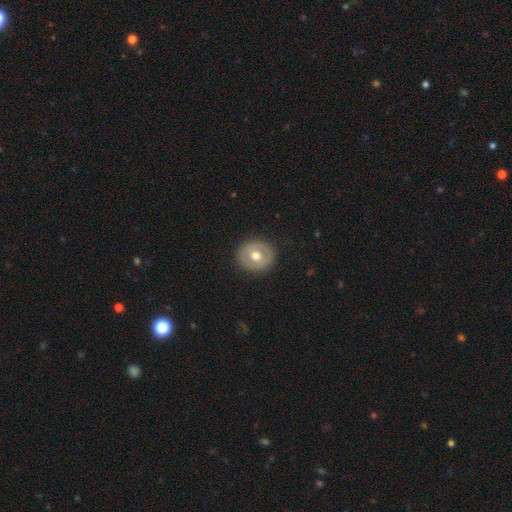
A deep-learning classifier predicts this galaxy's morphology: The model was most divided on "smooth or featured": smooth: 53%, featured or disk: 41%, star or artifact: 6%. More confident: merging — none (88%); how rounded — round (85%).